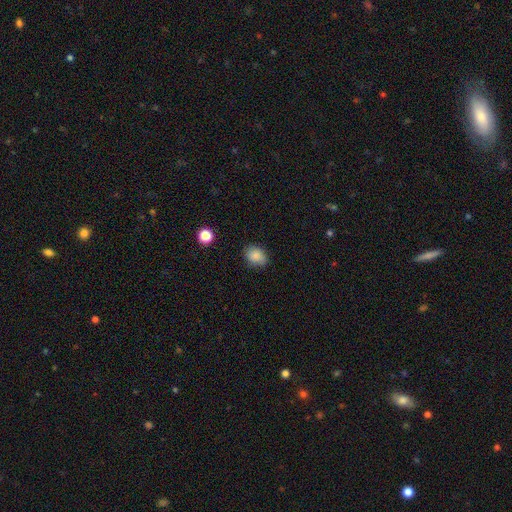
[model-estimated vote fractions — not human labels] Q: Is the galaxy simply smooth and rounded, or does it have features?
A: smooth — 86%.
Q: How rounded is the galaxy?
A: in between — 57%.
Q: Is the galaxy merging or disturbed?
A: none — 79%.